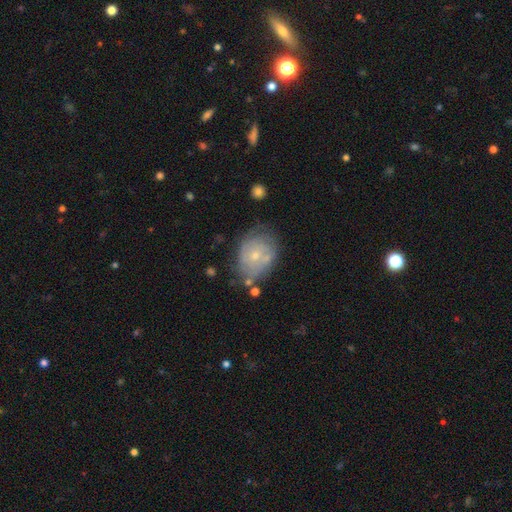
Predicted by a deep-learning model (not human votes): A featured or disk galaxy (55%) with no bar (83%), spiral arms (64%) and a small central bulge (68%). Merging: none (57%).